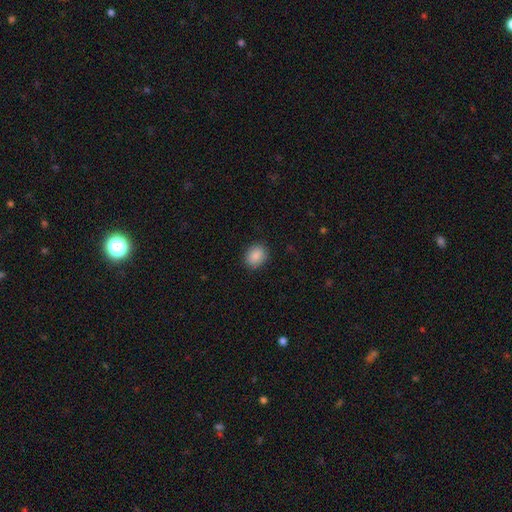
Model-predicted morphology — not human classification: This appears to be a smooth galaxy with no disk features (87%) that is round (50%). Merging: none (89%).